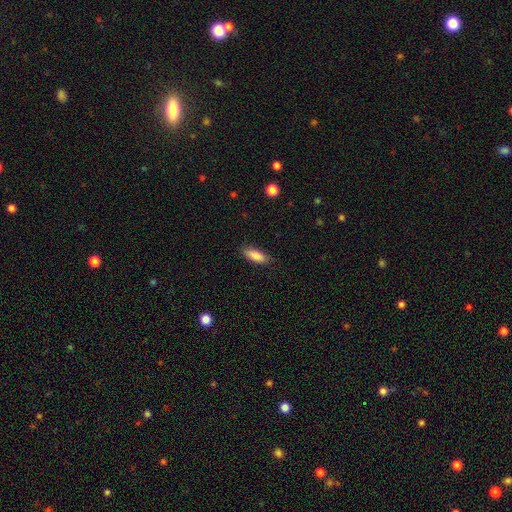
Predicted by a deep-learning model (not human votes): smooth 87%, featured or disk 7%, star or artifact 7%. Down the decision tree: how rounded — in between (66%); merging — none (84%).